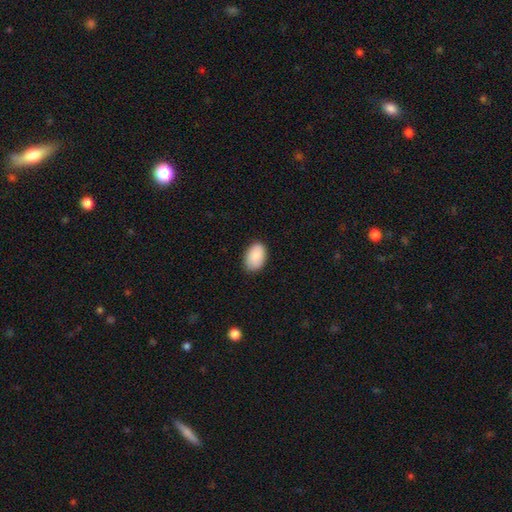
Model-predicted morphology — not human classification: This appears to be a smooth galaxy with no disk features (88%) that is in between round and cigar-shaped (90%). Merging: none (86%).